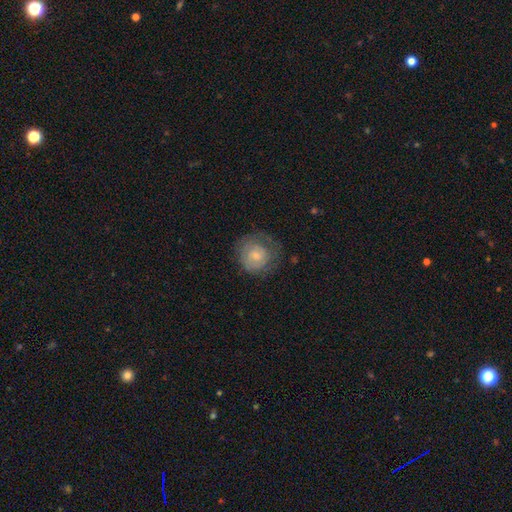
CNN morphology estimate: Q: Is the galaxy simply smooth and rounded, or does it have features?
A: smooth — 55%.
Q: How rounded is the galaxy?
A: round — 88%.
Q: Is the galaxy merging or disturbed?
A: none — 58%.